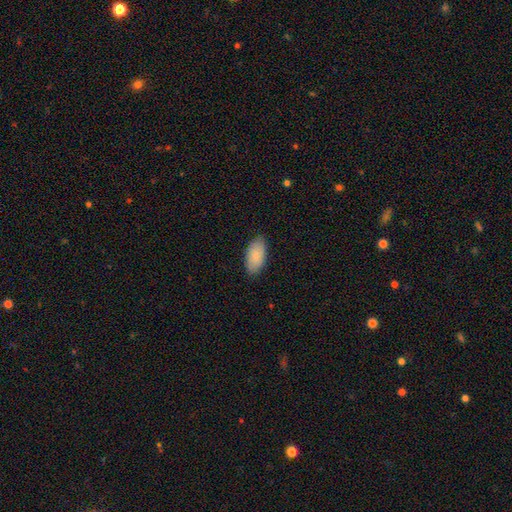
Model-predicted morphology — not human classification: Smooth or featured: smooth — 88% (featured or disk — 7%)
How rounded: in between — 94% (cigar-shaped — 5%)
Merging: none — 86% (minor disturbance — 11%)